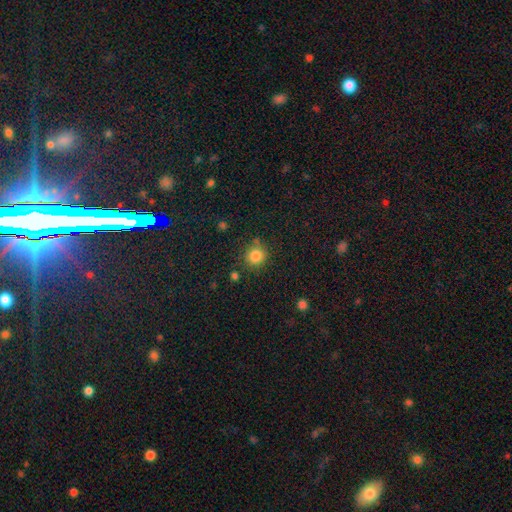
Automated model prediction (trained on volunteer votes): smooth-or-featured: smooth: 84% | star or artifact: 11% | featured or disk: 5%
  how-rounded: round: 90% | in between: 9% | cigar-shaped: 1%
  merging: none: 78% | minor disturbance: 12% | merger: 6% | major disturbance: 4%